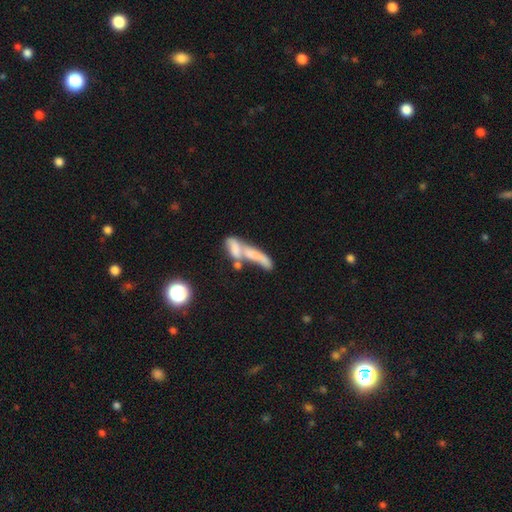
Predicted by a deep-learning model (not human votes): Morphology: type=smooth (59%); roundness=cigar-shaped (58%); merging=merger (66%).